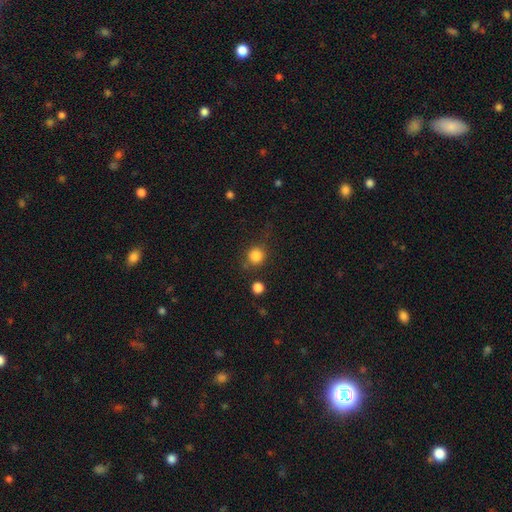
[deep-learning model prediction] Overall: smooth (84%). How rounded: round (91%). Merging: none (75%).